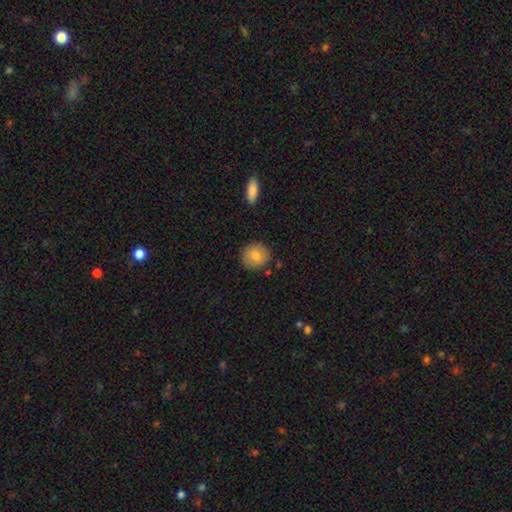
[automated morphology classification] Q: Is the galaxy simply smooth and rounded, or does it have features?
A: smooth — 78%.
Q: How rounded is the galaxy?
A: round — 87%.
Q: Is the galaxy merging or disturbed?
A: none — 86%.